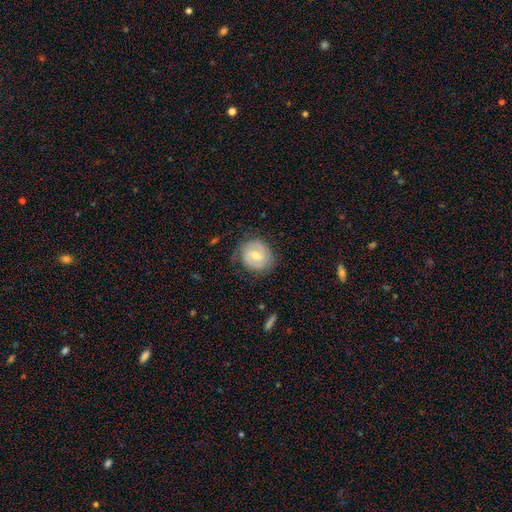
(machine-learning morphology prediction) The model was most divided on "bar": weak: 51%, no: 35%, strong: 14%. More confident: edge-on disk — no (97%); spiral arms — yes (77%); merging — none (73%); smooth or featured — featured or disk (60%); bulge size — moderate (60%).